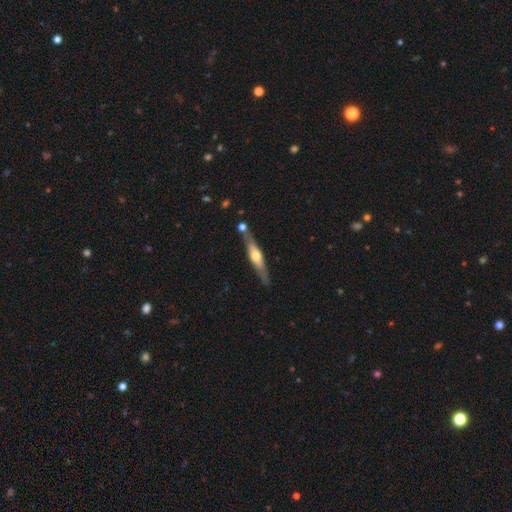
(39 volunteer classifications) Smooth or featured: featured or disk — 79% (smooth — 21%)
Edge-on disk: yes — 94% (no — 6%)
Edge-on bulge: rounded — 72% (boxy — 14%)
Merging: none — 77% (minor disturbance — 13%)